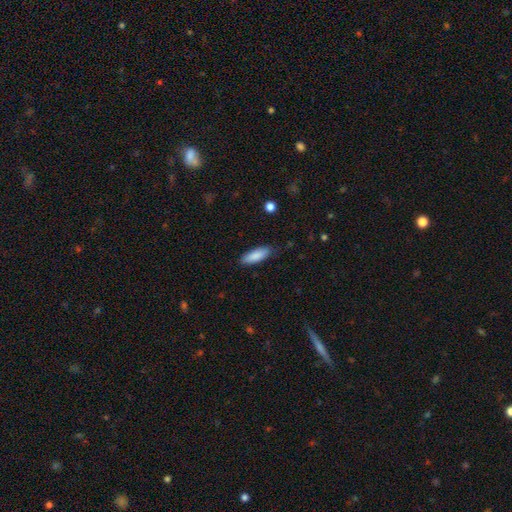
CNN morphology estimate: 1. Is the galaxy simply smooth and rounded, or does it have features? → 88% smooth, 6% featured or disk, 6% star or artifact.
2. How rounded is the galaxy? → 64% in between, 35% cigar-shaped, 2% round.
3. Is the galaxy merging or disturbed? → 82% none, 14% minor disturbance, 3% major disturbance, 1% merger.